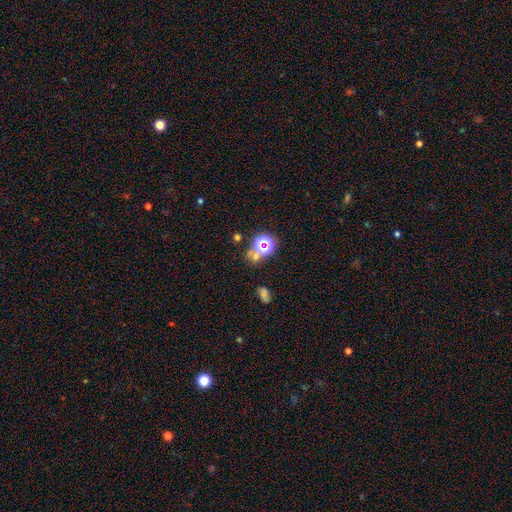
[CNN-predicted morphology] Smooth or featured? star or artifact (49%)